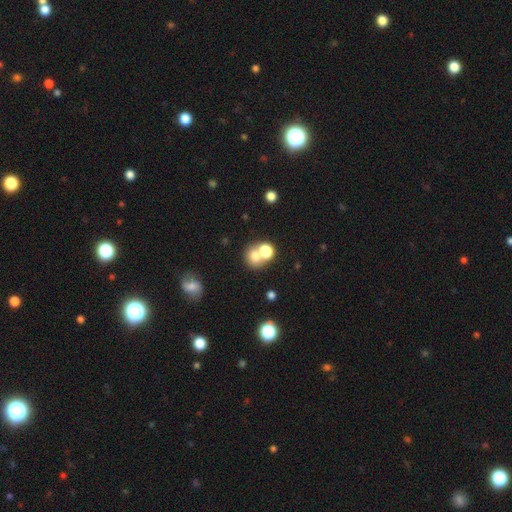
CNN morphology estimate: This is likely a smooth galaxy (70%). How rounded: likely round (76%). Merging: possibly merger (47%).